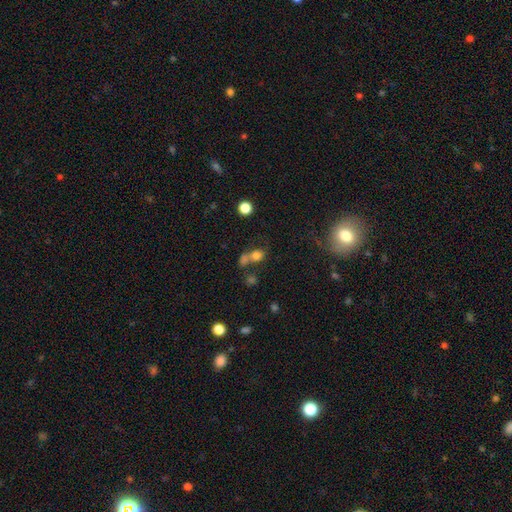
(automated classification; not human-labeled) Overall: smooth (72%). How rounded: round (66%; in between 33%). Merging: merger (45%; none 37%).